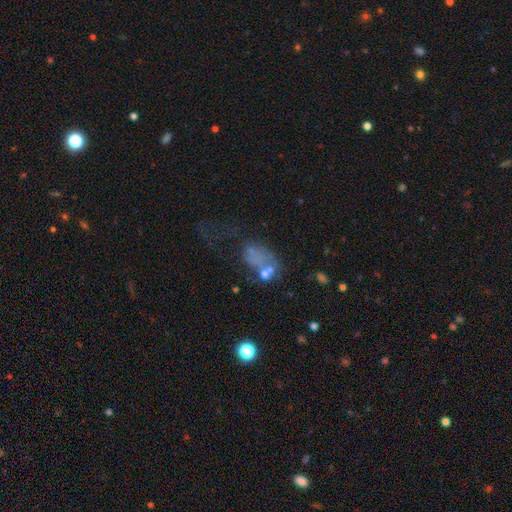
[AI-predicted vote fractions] A smooth galaxy with no disk features (45%). Merging: major disturbance (40%).